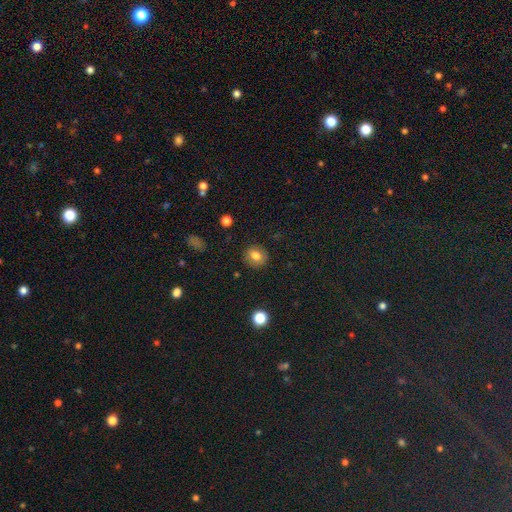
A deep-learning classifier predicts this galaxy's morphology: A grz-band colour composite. It shows a smooth galaxy with no disk features (79%) that is round (77%). Merging: none (86%).